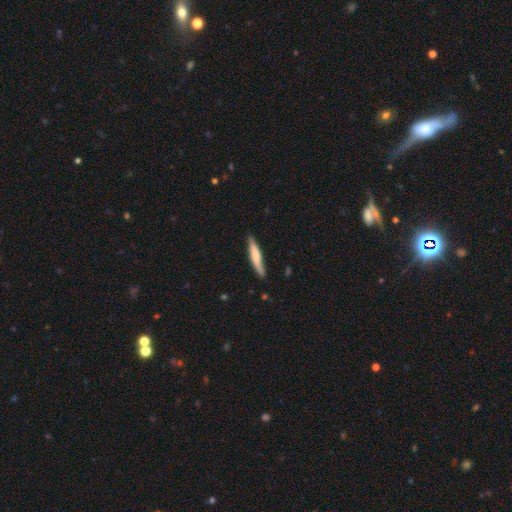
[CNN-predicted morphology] A smooth galaxy with no disk features (65%) that is cigar-shaped (91%).

Vote fractions:
- Smooth or featured? smooth: 65% / featured or disk: 30% / star or artifact: 5%
- How rounded? cigar-shaped: 91% / in between: 8% / round: 1%
- Merging? none: 84% / minor disturbance: 13% / major disturbance: 2% / merger: 2%